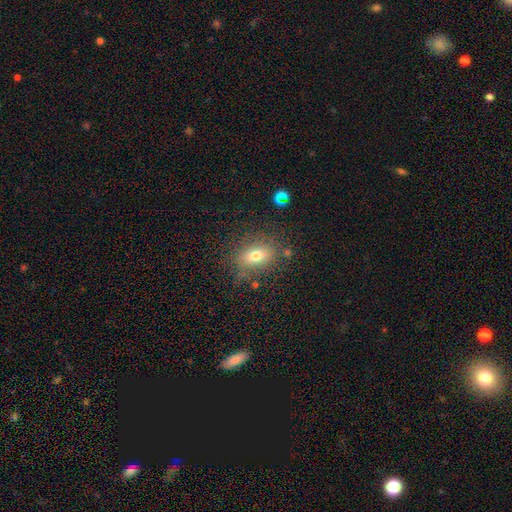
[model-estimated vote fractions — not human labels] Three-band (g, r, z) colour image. It shows a smooth galaxy with no disk features (70%) that is in between round and cigar-shaped (78%). Merging: none (76%).